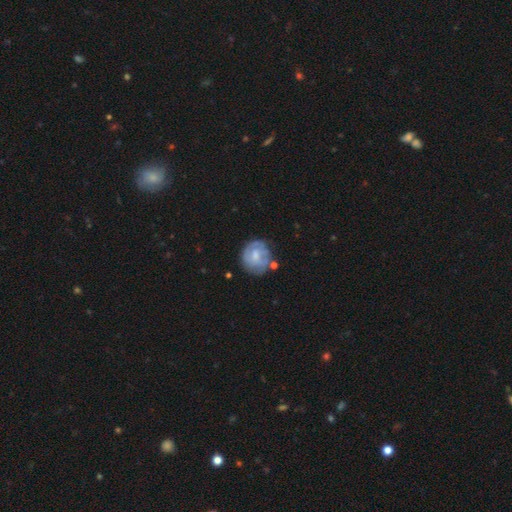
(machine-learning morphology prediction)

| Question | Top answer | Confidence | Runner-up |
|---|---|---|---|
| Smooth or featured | featured or disk | 51% | smooth (43%) |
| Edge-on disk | no | 97% | yes (3%) |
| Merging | none | 61% | minor disturbance (23%) |